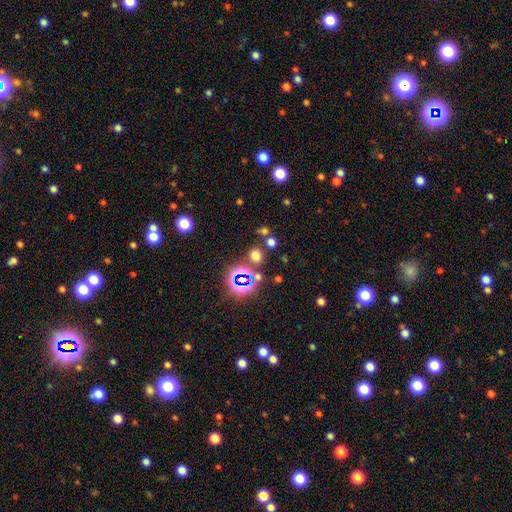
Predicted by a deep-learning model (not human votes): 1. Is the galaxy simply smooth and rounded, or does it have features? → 60% smooth, 34% star or artifact, 6% featured or disk.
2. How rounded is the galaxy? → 75% round, 23% in between, 1% cigar-shaped.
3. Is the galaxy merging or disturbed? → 77% none, 11% merger, 8% minor disturbance, 4% major disturbance.